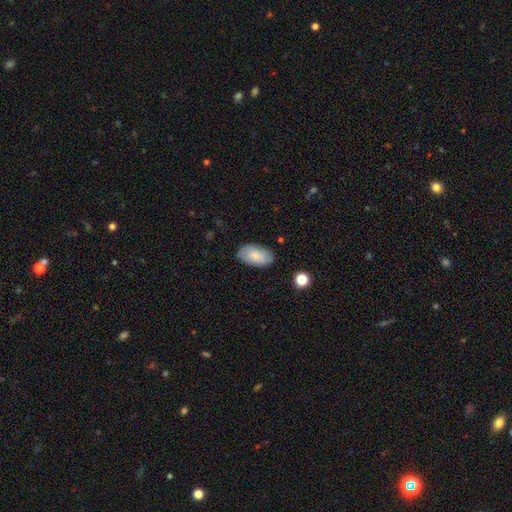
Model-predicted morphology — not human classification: Overall: smooth (77%). How rounded: in between (94%). Merging: none (79%).